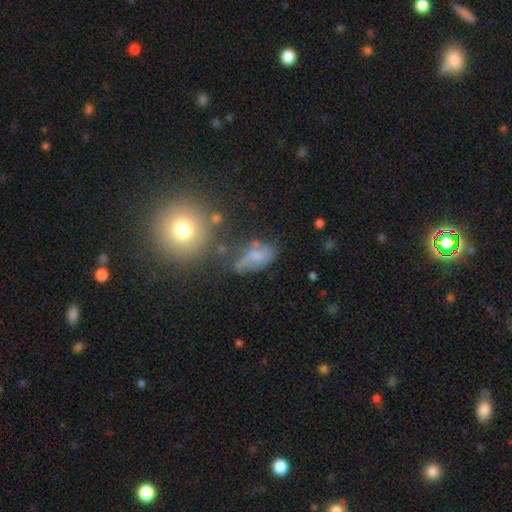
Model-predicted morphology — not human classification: Smooth or featured? Predicted: smooth (p=0.49). Merging? Predicted: none (p=0.40).